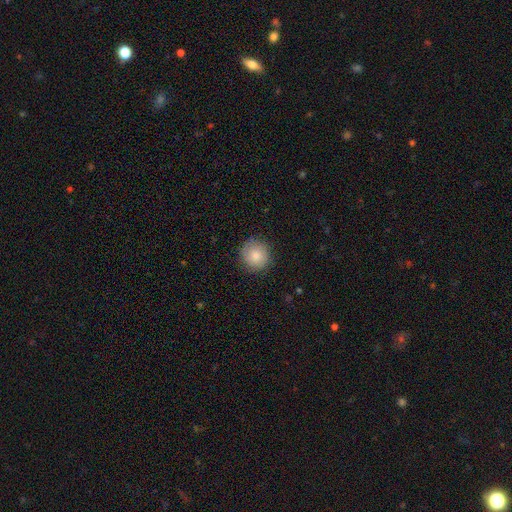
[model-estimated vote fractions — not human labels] smooth_or_featured: smooth (p=0.83) [alt: featured or disk p=0.09]
how_rounded: round (p=0.94) [alt: in between p=0.05]
merging: none (p=0.87) [alt: minor disturbance p=0.09]